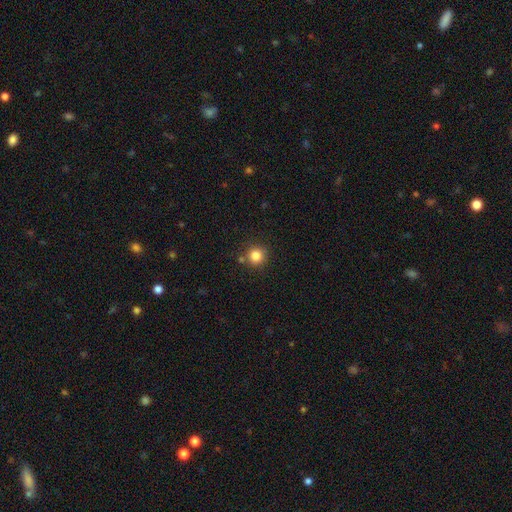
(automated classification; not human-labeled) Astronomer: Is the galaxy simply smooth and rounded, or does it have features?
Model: smooth — 83%.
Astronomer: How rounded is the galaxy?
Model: round — 94%.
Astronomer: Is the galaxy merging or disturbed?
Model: none — 84%.